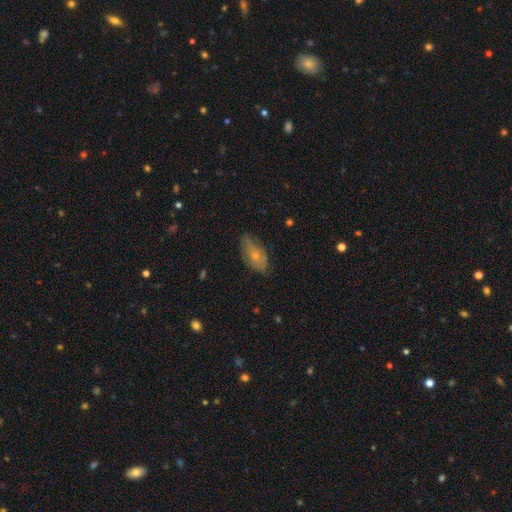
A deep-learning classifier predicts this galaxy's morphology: This is possibly a smooth galaxy (55%). How rounded: clearly in between (90%). Merging: likely none (62%).